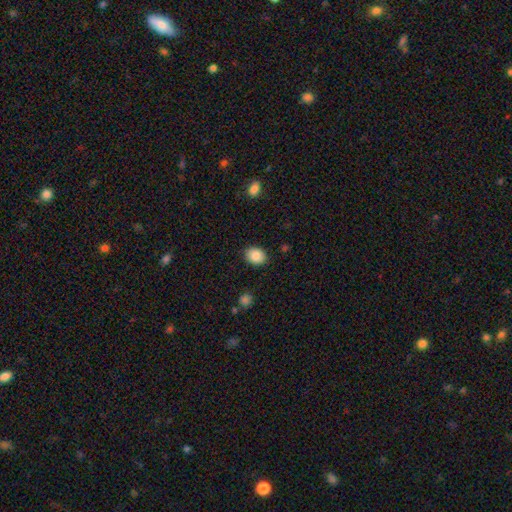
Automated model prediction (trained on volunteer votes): Morphology: type=smooth (87%); roundness=in between (56%); merging=none (86%).